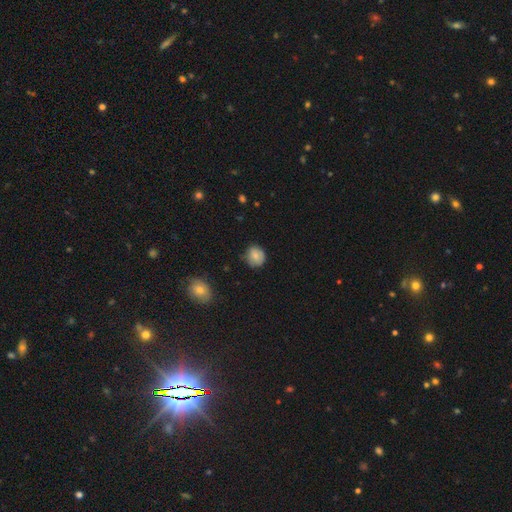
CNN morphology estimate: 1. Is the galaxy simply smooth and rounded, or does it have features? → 79% smooth, 13% featured or disk, 9% star or artifact.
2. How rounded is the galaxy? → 80% round, 19% in between, 1% cigar-shaped.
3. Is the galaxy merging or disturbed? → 72% none, 23% minor disturbance, 4% major disturbance, 1% merger.